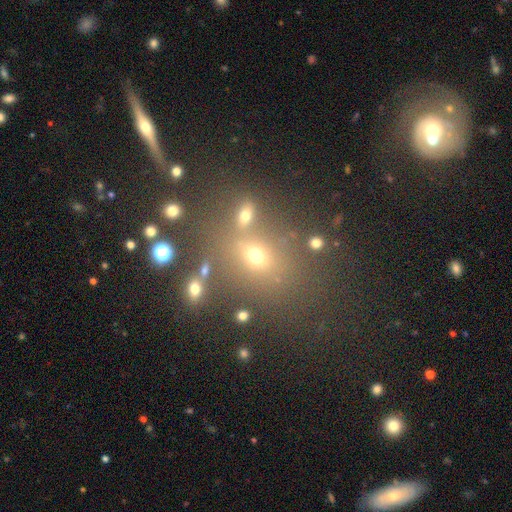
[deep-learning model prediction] The model was most divided on "how rounded": round: 53%, in between: 45%, cigar-shaped: 2%. More confident: merging — none (61%); smooth or featured — smooth (52%).